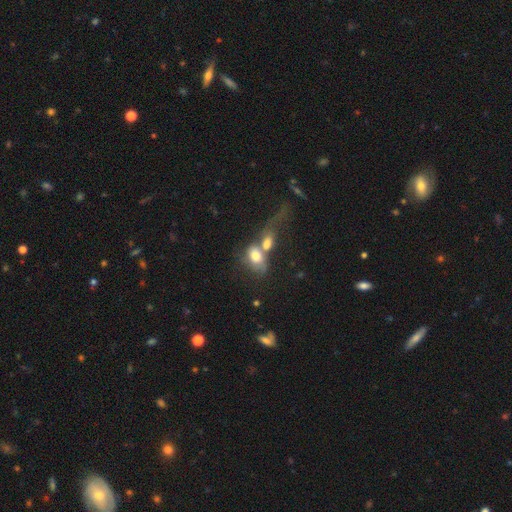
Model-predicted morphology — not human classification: Smooth or featured? Predicted: smooth (p=0.65). How rounded? Predicted: in between (p=0.75). Merging? Predicted: merger (p=0.70).